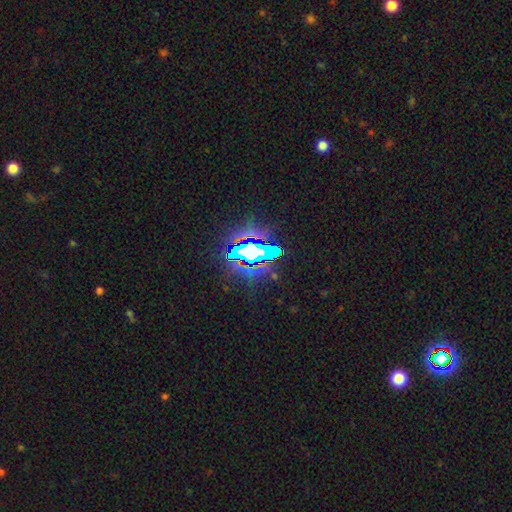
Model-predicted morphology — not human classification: A star or artifact, not a galaxy (65%).

Vote fractions:
- Smooth or featured? star or artifact: 65% / featured or disk: 18% / smooth: 17%